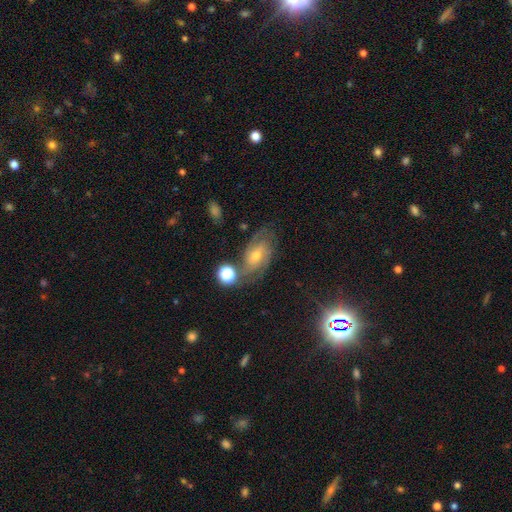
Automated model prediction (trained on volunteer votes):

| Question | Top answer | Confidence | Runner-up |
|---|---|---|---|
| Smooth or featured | featured or disk | 73% | star or artifact (14%) |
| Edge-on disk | no | 95% | yes (5%) |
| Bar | no | 53% | weak (37%) |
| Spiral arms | yes | 94% | no (6%) |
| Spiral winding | medium | 44% | tied: tight (44%) |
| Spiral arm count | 2 | 61% | can't tell (18%) |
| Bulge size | moderate | 50% | small (43%) |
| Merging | none | 69% | minor disturbance (17%) |